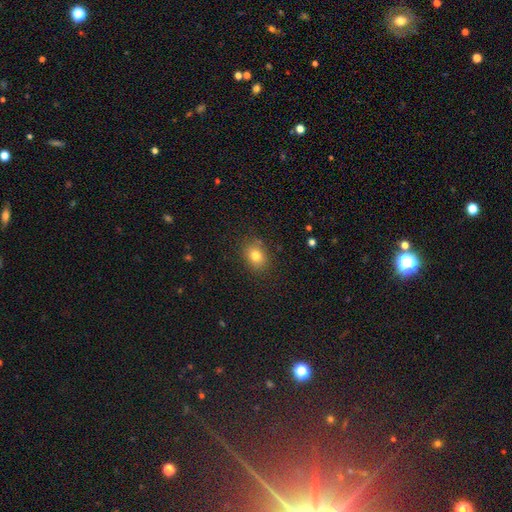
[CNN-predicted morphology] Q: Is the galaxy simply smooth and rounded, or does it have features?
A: smooth — 79%.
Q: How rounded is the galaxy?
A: in between — 50%.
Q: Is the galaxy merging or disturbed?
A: none — 85%.